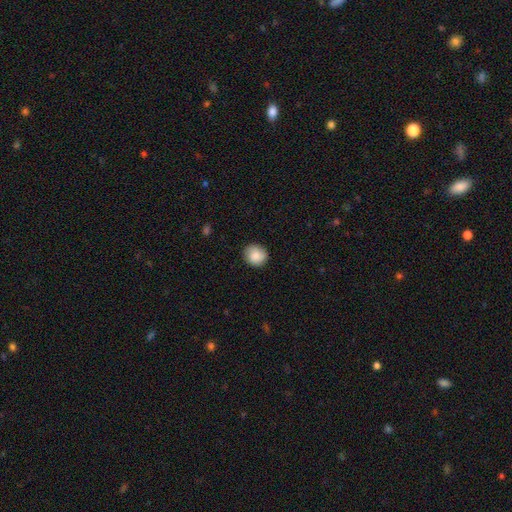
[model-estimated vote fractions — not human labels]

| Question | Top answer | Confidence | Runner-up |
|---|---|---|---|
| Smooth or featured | smooth | 86% | star or artifact (8%) |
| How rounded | round | 87% | in between (12%) |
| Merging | none | 89% | minor disturbance (8%) |